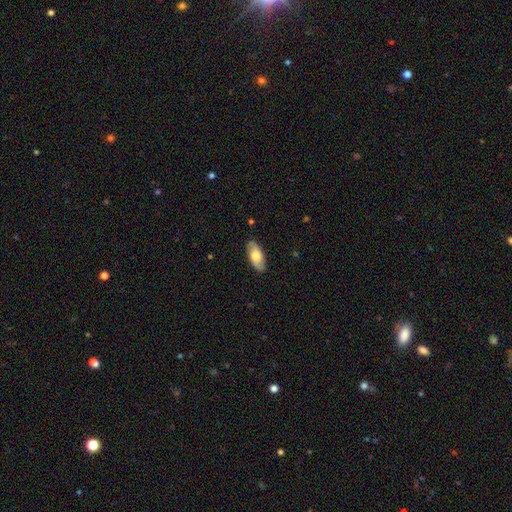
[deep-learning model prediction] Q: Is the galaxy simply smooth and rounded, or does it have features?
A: smooth — 53%.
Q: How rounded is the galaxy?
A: in between — 86%.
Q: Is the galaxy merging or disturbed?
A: none — 85%.